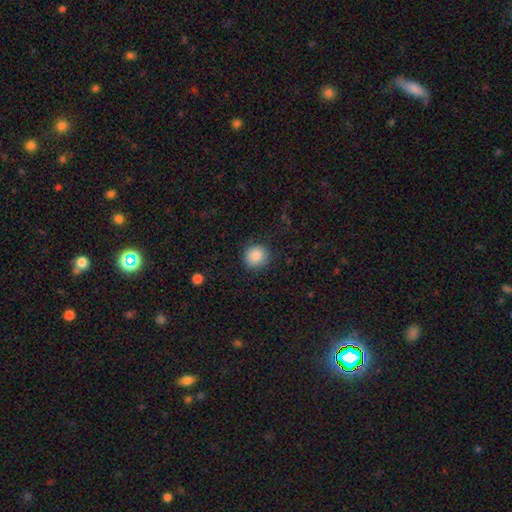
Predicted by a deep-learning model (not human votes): smooth_or_featured: smooth (p=0.87) [alt: star or artifact p=0.09]
how_rounded: round (p=0.90) [alt: in between p=0.09]
merging: none (p=0.87) [alt: minor disturbance p=0.08]